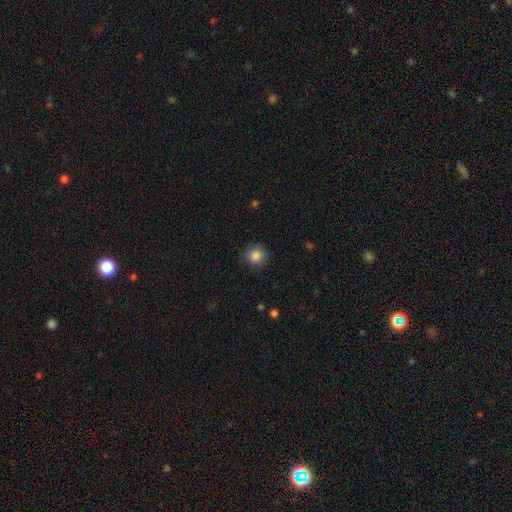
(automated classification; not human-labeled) A smooth galaxy with no disk features (85%) that is round (91%).

Vote fractions:
- Smooth or featured? smooth: 85% / star or artifact: 10% / featured or disk: 5%
- How rounded? round: 91% / in between: 8% / cigar-shaped: 1%
- Merging? none: 87% / minor disturbance: 10% / major disturbance: 3% / merger: 1%